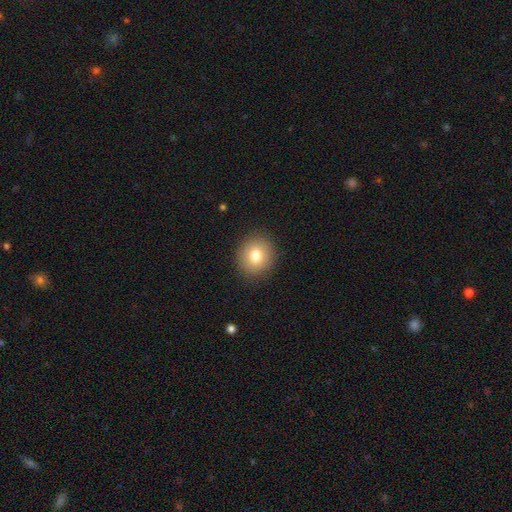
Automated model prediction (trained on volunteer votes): A smooth galaxy with no disk features (79%) that is round (77%). Merging: none (89%).